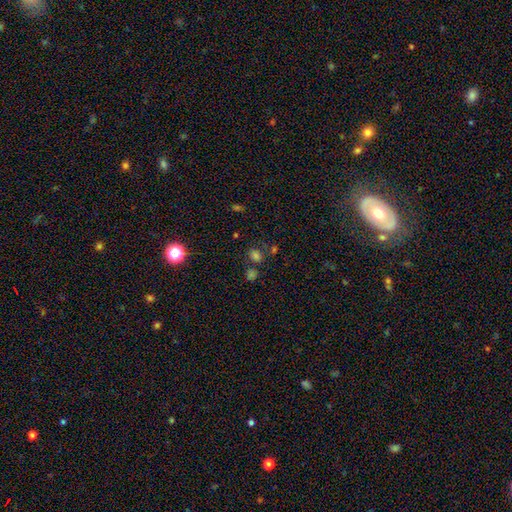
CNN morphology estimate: Overall: smooth (57%; star or artifact 35%). How rounded: round (60%; in between 39%). Merging: none (63%).